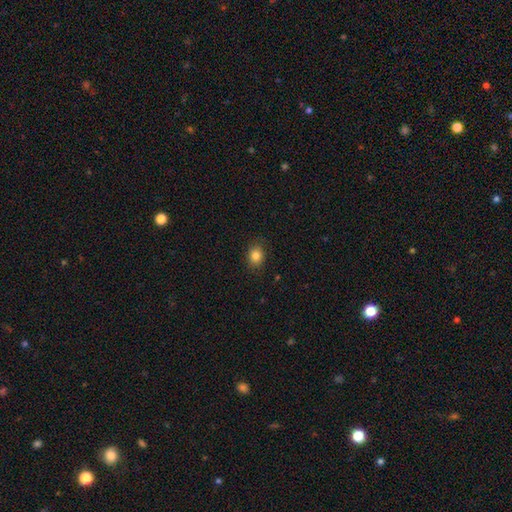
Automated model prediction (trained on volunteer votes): Smooth or featured?
  - smooth: 84% *
  - star or artifact: 11%
  - featured or disk: 6%
How rounded?
  - in between: 50% *
  - round: 49%
  - cigar-shaped: 1%
Merging?
  - none: 86% *
  - minor disturbance: 11%
  - major disturbance: 3%
  - merger: 1%